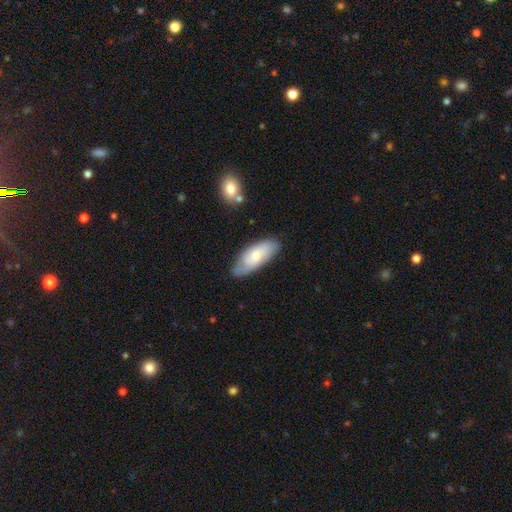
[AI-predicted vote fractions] This appears to be a smooth galaxy with no disk features (57%) that is in between round and cigar-shaped (80%). Merging: none (70%).